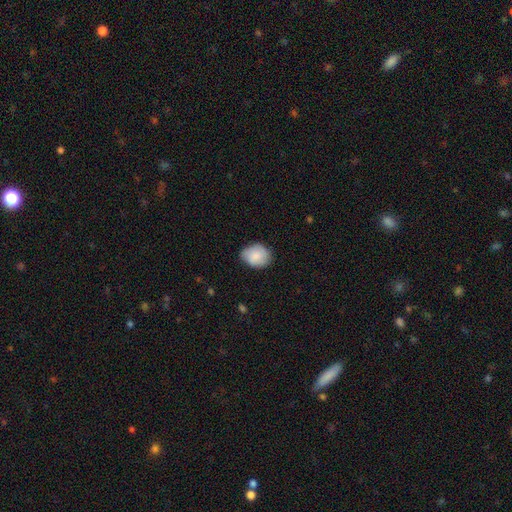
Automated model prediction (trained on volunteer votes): Smooth or featured: smooth — 86% (featured or disk — 8%)
How rounded: in between — 55% (round — 44%)
Merging: none — 71% (minor disturbance — 24%)